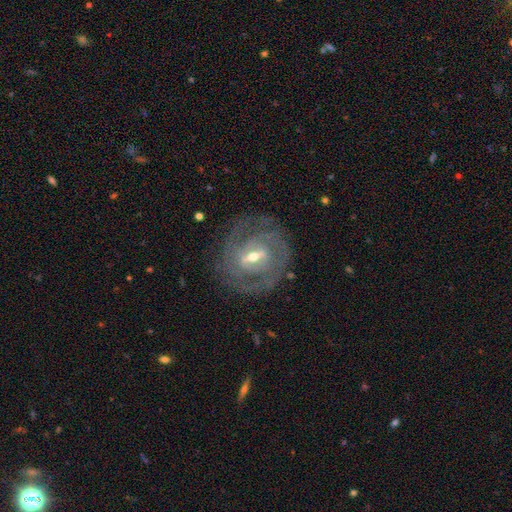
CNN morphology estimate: A featured or disk galaxy (84%) with a weak bar (45%), 2 (42%) tight (69%) spiral arms (86%) and a moderate central bulge (55%). Merging: none (79%).